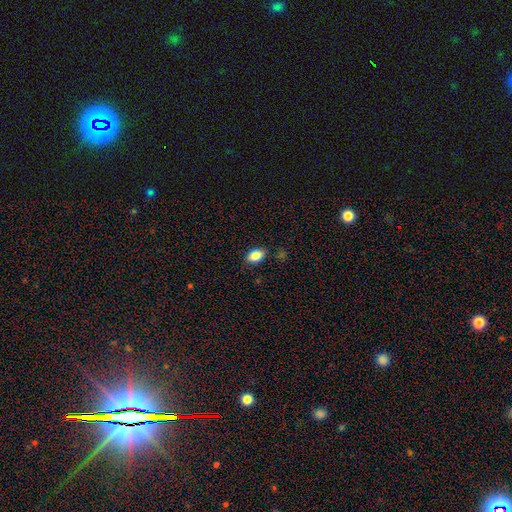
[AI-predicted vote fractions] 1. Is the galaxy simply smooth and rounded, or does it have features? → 85% smooth, 8% star or artifact, 6% featured or disk.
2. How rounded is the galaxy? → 87% in between, 12% round, 2% cigar-shaped.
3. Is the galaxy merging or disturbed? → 85% none, 11% minor disturbance, 2% major disturbance, 2% merger.